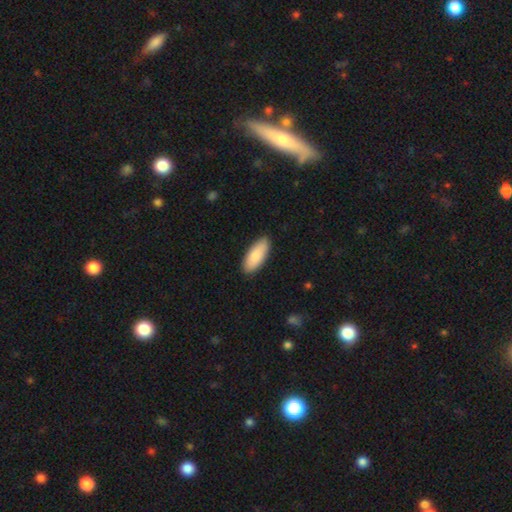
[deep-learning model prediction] Q: Smooth or featured?
A: smooth (87%); runner-up: featured or disk (8%)
Q: How rounded?
A: in between (82%); runner-up: cigar-shaped (16%)
Q: Merging?
A: none (89%); runner-up: minor disturbance (8%)